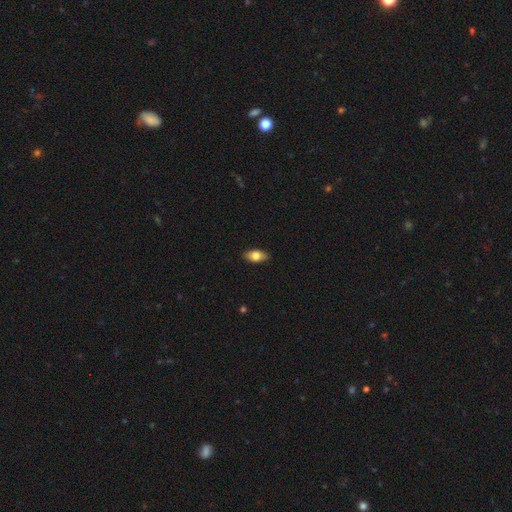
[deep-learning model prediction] The model was most divided on "smooth or featured": smooth: 75%, featured or disk: 18%, star or artifact: 6%. More confident: merging — none (89%); how rounded — in between (88%).